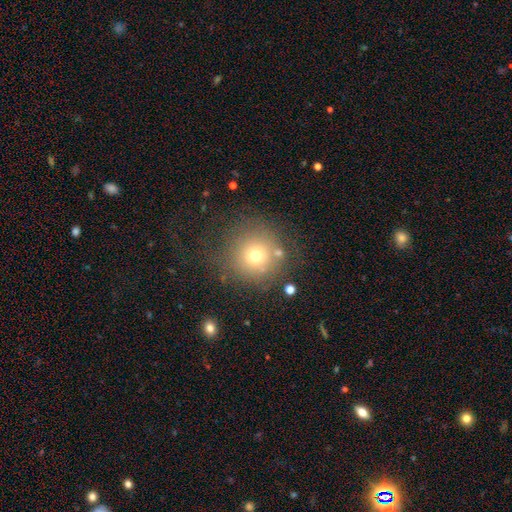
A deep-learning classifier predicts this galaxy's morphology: Smooth or featured? smooth (69%)
How rounded? round (94%)
Merging? none (76%)